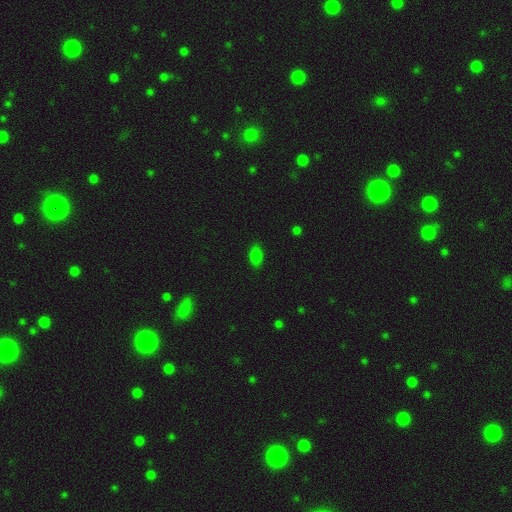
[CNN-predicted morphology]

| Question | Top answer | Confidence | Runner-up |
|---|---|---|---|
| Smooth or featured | smooth | 78% | star or artifact (14%) |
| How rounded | in between | 86% | round (10%) |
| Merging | none | 83% | minor disturbance (13%) |